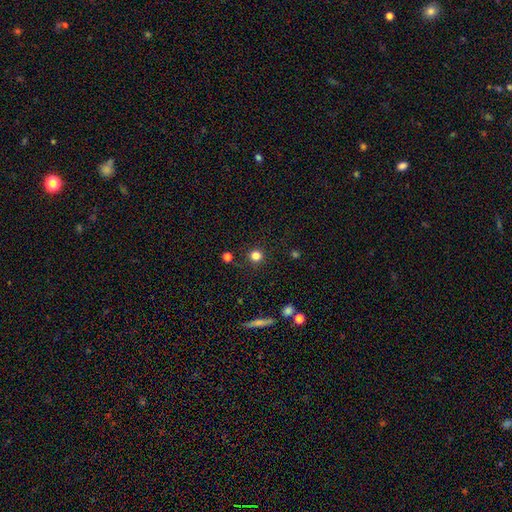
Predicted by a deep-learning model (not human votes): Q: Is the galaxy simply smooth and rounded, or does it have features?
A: smooth — 81%.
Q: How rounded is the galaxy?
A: round — 95%.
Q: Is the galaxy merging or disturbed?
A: none — 90%.